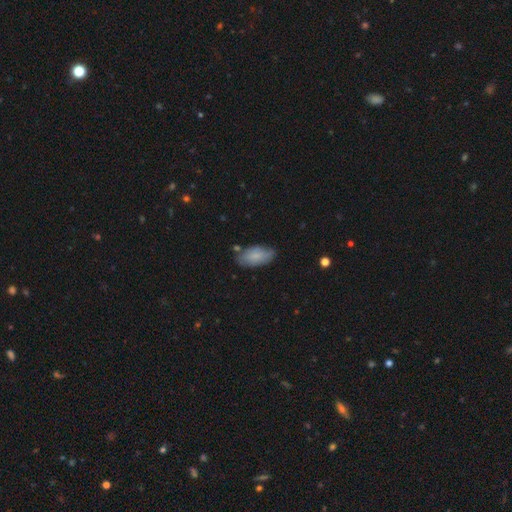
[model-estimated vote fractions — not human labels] smooth_or_featured: smooth (p=0.80) [alt: featured or disk p=0.14]
how_rounded: in between (p=0.92) [alt: cigar-shaped p=0.05]
merging: none (p=0.70) [alt: minor disturbance p=0.22]